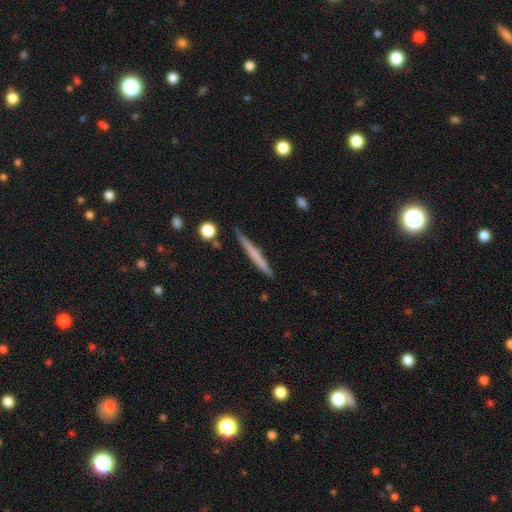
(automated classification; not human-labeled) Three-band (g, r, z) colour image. It shows a smooth galaxy with no disk features (54%) that is cigar-shaped (96%). Merging: none (88%).